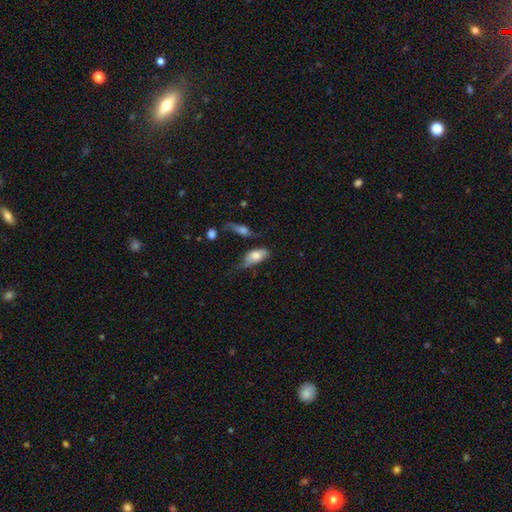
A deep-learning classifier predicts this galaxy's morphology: Smooth or featured? Predicted: smooth (p=0.69). How rounded? Predicted: in between (p=0.88). Merging? Predicted: major disturbance (p=0.29).